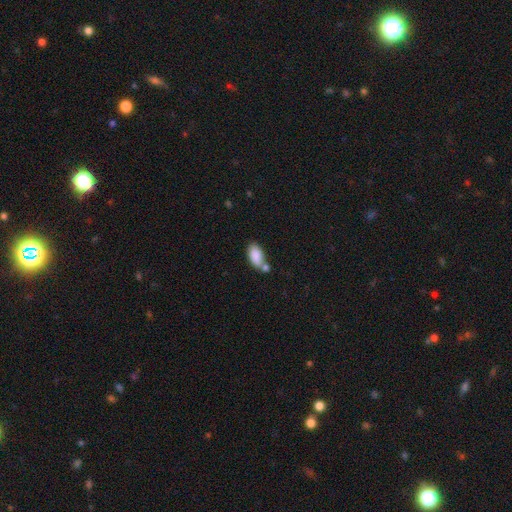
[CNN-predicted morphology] Smooth or featured: smooth — 86% (star or artifact — 7%)
How rounded: in between — 93% (cigar-shaped — 4%)
Merging: none — 46% (merger — 32%)